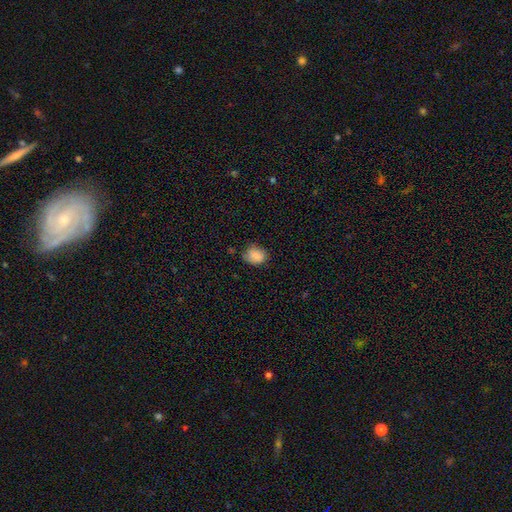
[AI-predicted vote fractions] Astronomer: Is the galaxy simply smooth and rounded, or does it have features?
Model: smooth — 86%.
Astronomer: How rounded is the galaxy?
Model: in between — 55% (runner-up: round, 44%).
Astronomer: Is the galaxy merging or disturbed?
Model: none — 66%.